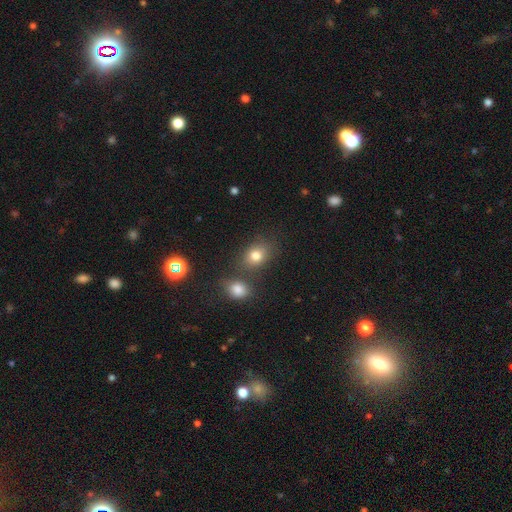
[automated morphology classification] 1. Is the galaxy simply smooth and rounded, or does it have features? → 77% smooth, 14% star or artifact, 9% featured or disk.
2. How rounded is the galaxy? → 55% in between, 44% round, 1% cigar-shaped.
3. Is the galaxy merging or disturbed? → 66% none, 17% merger, 12% minor disturbance, 5% major disturbance.